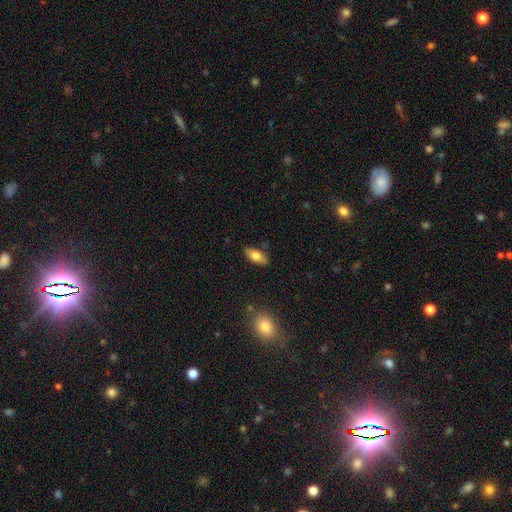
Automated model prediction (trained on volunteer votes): Overall: smooth (77%). How rounded: in between (86%). Merging: none (82%).